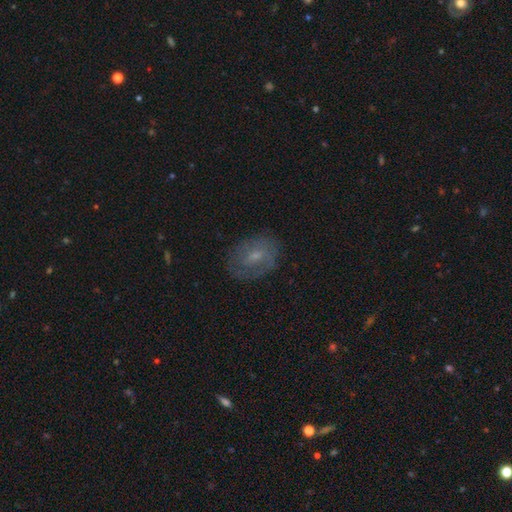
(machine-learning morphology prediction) Smooth or featured? Predicted: featured or disk (p=0.51). Edge-on disk? Predicted: no (p=0.95). Merging? Predicted: none (p=0.73).